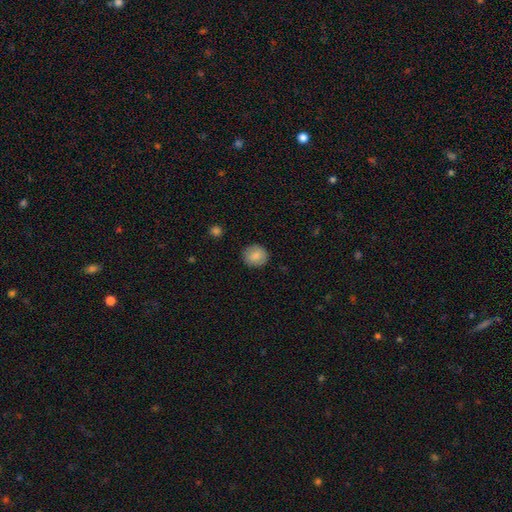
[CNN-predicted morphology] Smooth or featured? Predicted: smooth (p=0.85). How rounded? Predicted: round (p=0.85). Merging? Predicted: none (p=0.88).